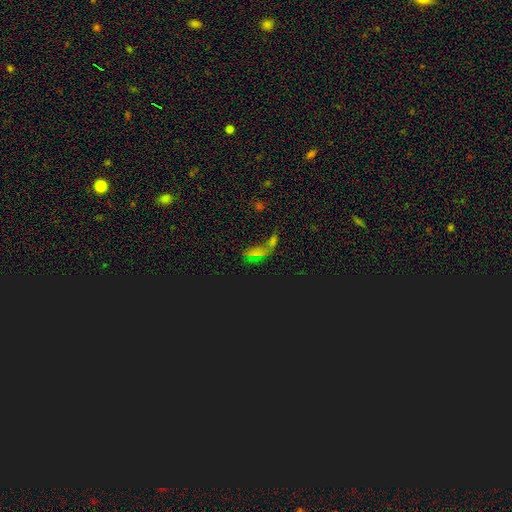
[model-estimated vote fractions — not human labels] Smooth or featured: star or artifact — 66% (smooth — 22%)